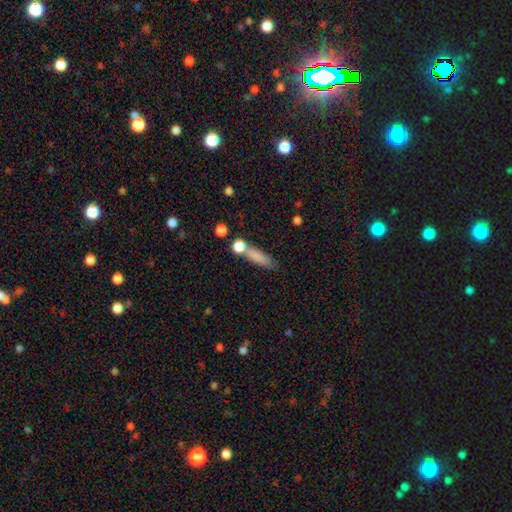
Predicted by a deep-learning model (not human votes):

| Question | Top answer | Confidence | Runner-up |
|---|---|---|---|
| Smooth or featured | smooth | 79% | featured or disk (12%) |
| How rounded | cigar-shaped | 61% | in between (33%) |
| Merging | none | 59% | merger (19%) |